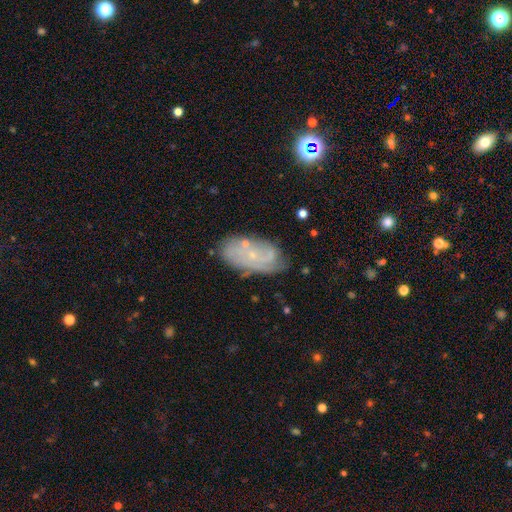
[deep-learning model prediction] This appears to be a featured or disk galaxy (50%). Merging: none (74%).